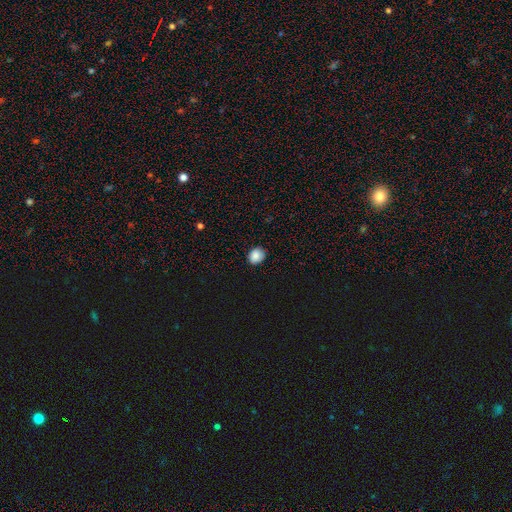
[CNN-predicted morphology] smooth 86%, star or artifact 10%, featured or disk 4%. Down the decision tree: how rounded — round (67%); merging — none (87%).